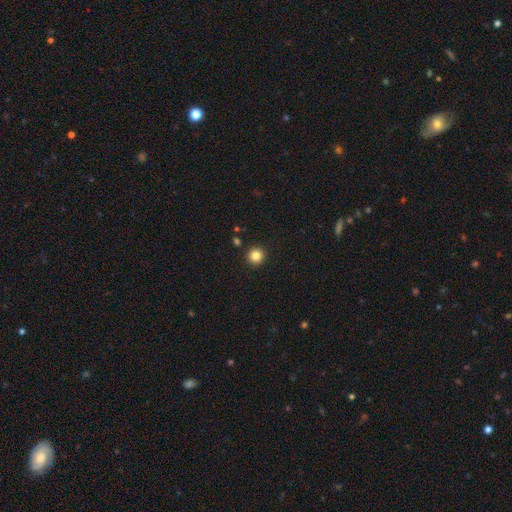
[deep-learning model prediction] A smooth galaxy with no disk features (84%) that is round (95%). Merging: none (92%).